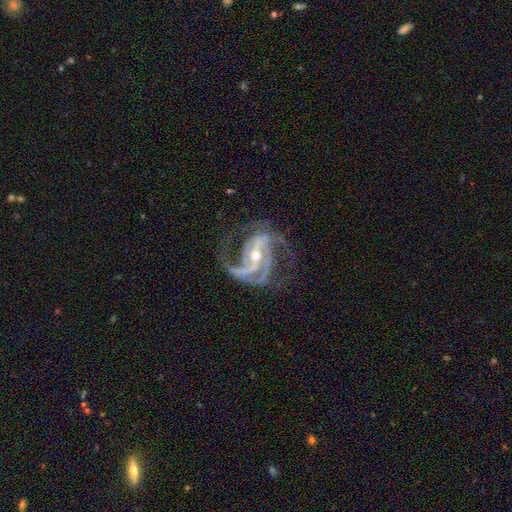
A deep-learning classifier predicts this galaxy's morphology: The model was most divided on "bulge size": small: 58%, moderate: 39%, large: 1%, none: 1%, dominant: 1%. More confident: spiral arms — yes (98%); edge-on disk — no (98%); smooth or featured — featured or disk (93%); merging — none (62%); spiral winding — medium (57%); bar — strong (52%); spiral arm count — 3 (51%).